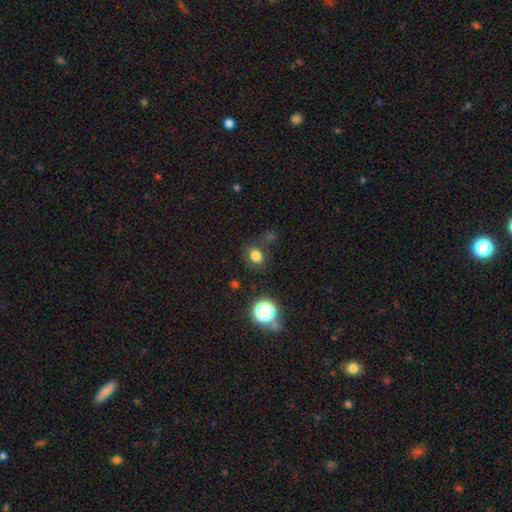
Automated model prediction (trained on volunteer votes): A smooth galaxy with no disk features (77%) that is round (53%).

Vote fractions:
- Smooth or featured? smooth: 77% / star or artifact: 16% / featured or disk: 7%
- How rounded? round: 53% / in between: 46% / cigar-shaped: 1%
- Merging? none: 76% / minor disturbance: 14% / major disturbance: 6% / merger: 4%